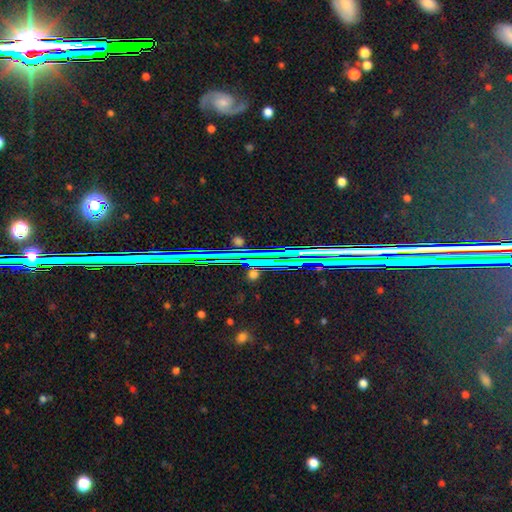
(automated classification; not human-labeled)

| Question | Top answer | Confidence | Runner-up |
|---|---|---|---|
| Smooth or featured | star or artifact | 81% | featured or disk (10%) |